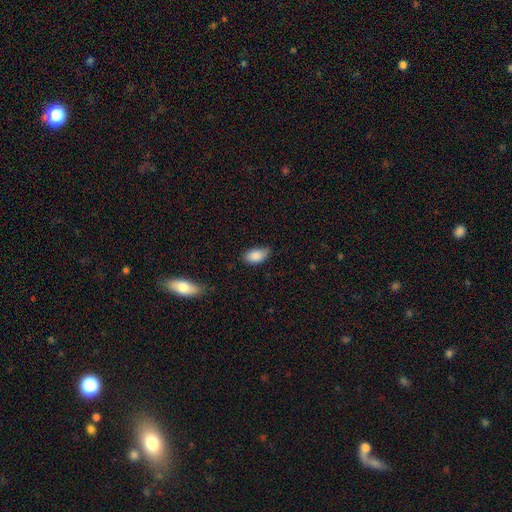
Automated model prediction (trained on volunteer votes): Smooth or featured? Predicted: smooth (p=0.87). How rounded? Predicted: in between (p=0.92). Merging? Predicted: none (p=0.62).